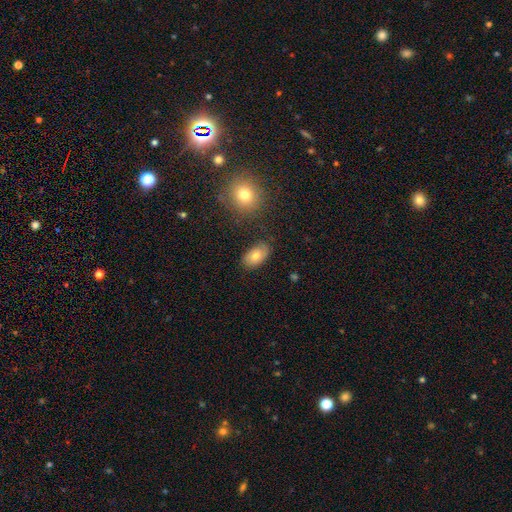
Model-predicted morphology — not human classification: smooth-or-featured: smooth: 75% | featured or disk: 16% | star or artifact: 9%
  how-rounded: in between: 91% | round: 7% | cigar-shaped: 2%
  merging: none: 80% | minor disturbance: 14% | major disturbance: 3% | merger: 3%